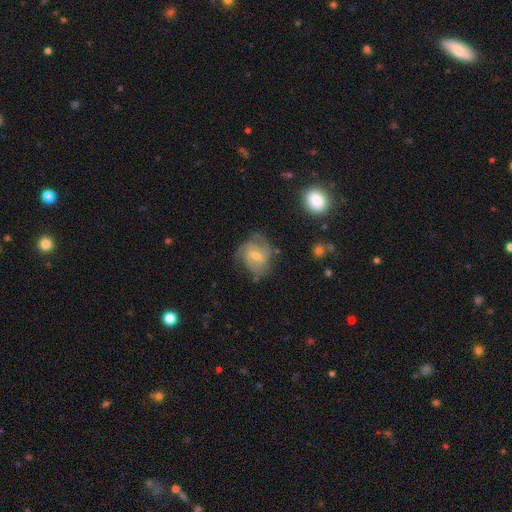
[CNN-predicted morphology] Smooth or featured? Predicted: featured or disk (p=0.73). Edge-on disk? Predicted: no (p=0.97). Bar? Predicted: weak (p=0.47). Spiral arms? Predicted: yes (p=0.90). Spiral winding? Predicted: tight (p=0.46). Spiral arm count? Predicted: can't tell (p=0.30). Bulge size? Predicted: small (p=0.50). Merging? Predicted: none (p=0.63).